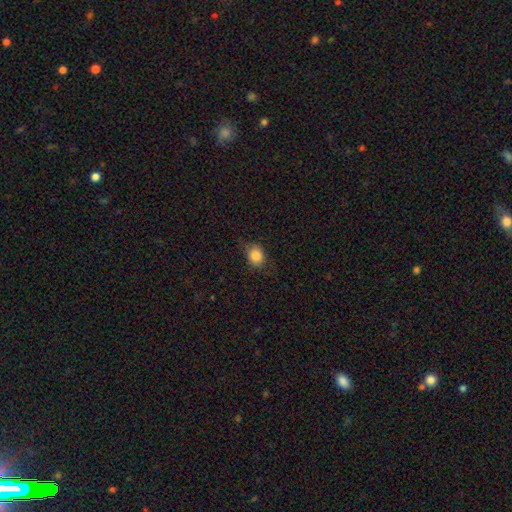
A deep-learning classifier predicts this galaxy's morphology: A smooth galaxy with no disk features (85%) that is round (53%). Merging: none (76%).